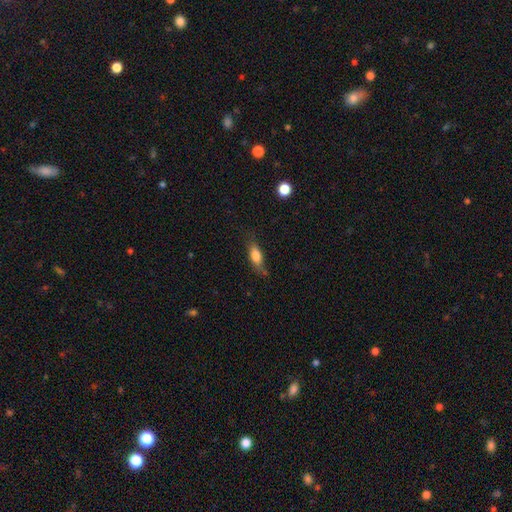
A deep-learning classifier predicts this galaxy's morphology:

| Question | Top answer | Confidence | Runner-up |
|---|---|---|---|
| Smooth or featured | smooth | 74% | featured or disk (18%) |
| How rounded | in between | 69% | cigar-shaped (27%) |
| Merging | none | 61% | minor disturbance (27%) |